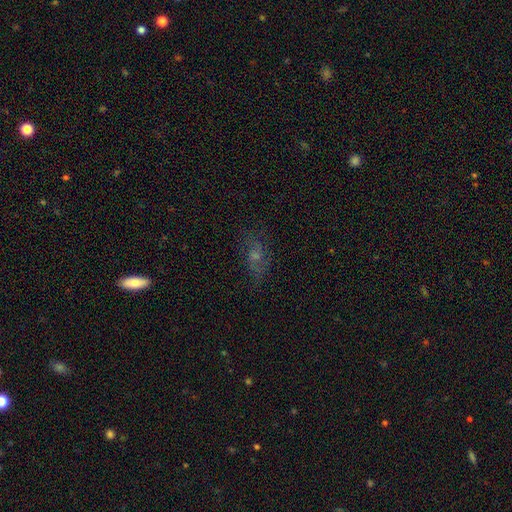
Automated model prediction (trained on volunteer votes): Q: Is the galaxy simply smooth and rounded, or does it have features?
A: featured or disk — 43%.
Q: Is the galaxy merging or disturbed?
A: none — 67%.